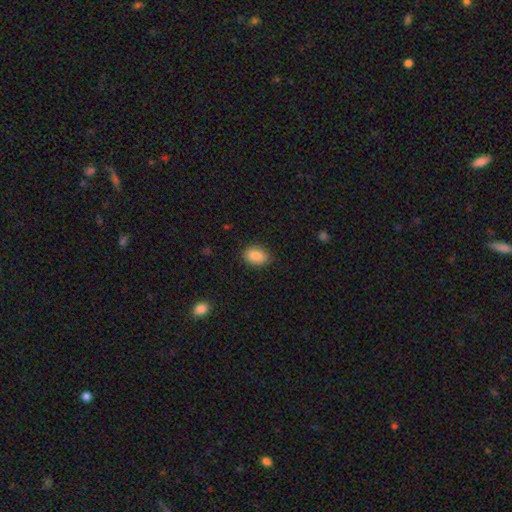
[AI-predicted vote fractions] smooth_or_featured: smooth (p=0.87) [alt: star or artifact p=0.08]
how_rounded: in between (p=0.78) [alt: round p=0.21]
merging: none (p=0.86) [alt: minor disturbance p=0.11]